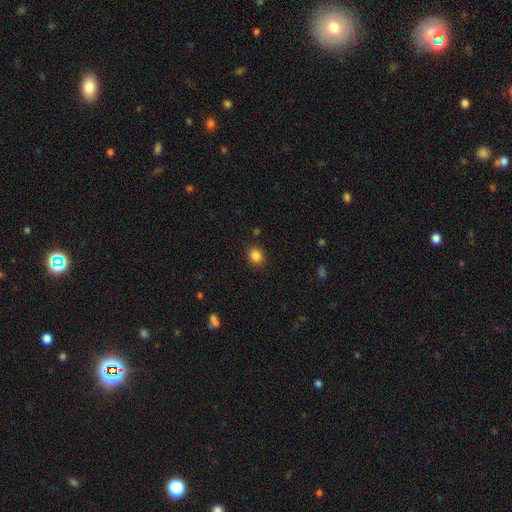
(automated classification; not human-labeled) Q: Smooth or featured?
A: smooth (85%); runner-up: star or artifact (11%)
Q: How rounded?
A: round (67%); runner-up: in between (32%)
Q: Merging?
A: none (88%); runner-up: minor disturbance (8%)